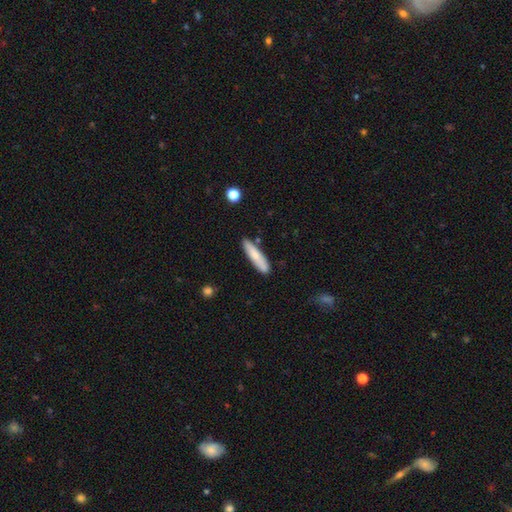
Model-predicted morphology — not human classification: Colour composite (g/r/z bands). It shows a smooth galaxy with no disk features (74%) that is cigar-shaped (80%). Merging: none (83%).